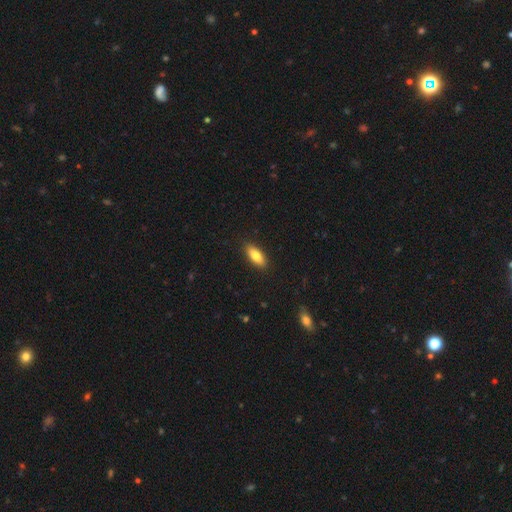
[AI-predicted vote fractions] Smooth or featured?
  - smooth: 81% *
  - featured or disk: 13%
  - star or artifact: 6%
How rounded?
  - in between: 79% *
  - cigar-shaped: 18%
  - round: 2%
Merging?
  - none: 89% *
  - minor disturbance: 8%
  - major disturbance: 2%
  - merger: 1%